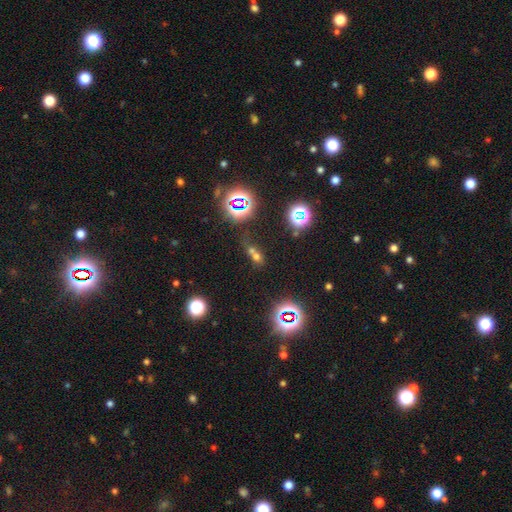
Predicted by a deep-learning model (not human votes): The model was most divided on "smooth or featured": smooth: 50%, star or artifact: 36%, featured or disk: 14%. More confident: how rounded — round (57%); merging — merger (55%).